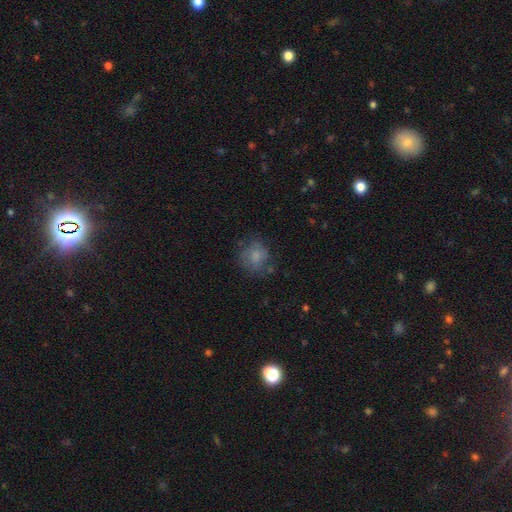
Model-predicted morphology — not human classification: This appears to be a smooth galaxy with no disk features (72%) that is round (78%). Merging: none (60%).